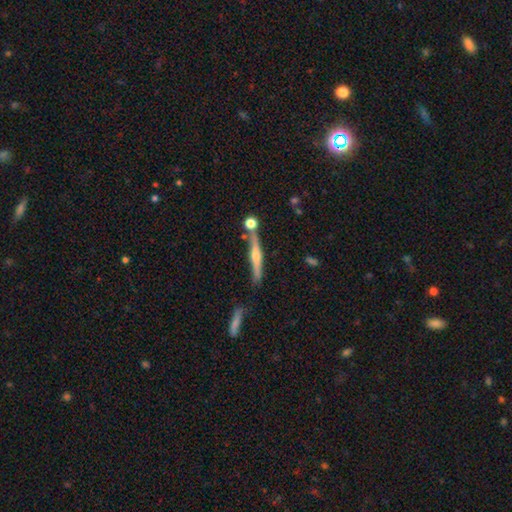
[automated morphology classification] Q: Smooth or featured?
A: featured or disk (70%); runner-up: smooth (23%)
Q: Edge-on disk?
A: yes (96%); runner-up: no (4%)
Q: Edge-on bulge?
A: rounded (86%); runner-up: none (9%)
Q: Merging?
A: none (76%); runner-up: minor disturbance (11%)